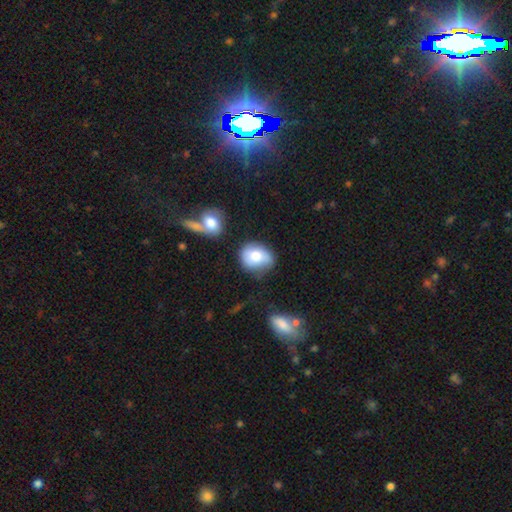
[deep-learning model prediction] Smooth or featured? smooth (73%)
How rounded? round (63%)
Merging? none (55%)